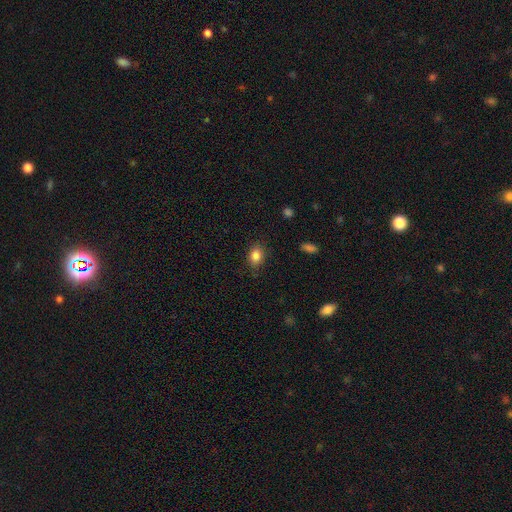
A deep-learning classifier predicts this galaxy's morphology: The model was most divided on "how rounded": in between: 69%, round: 30%, cigar-shaped: 1%. More confident: smooth or featured — smooth (85%); merging — none (82%).